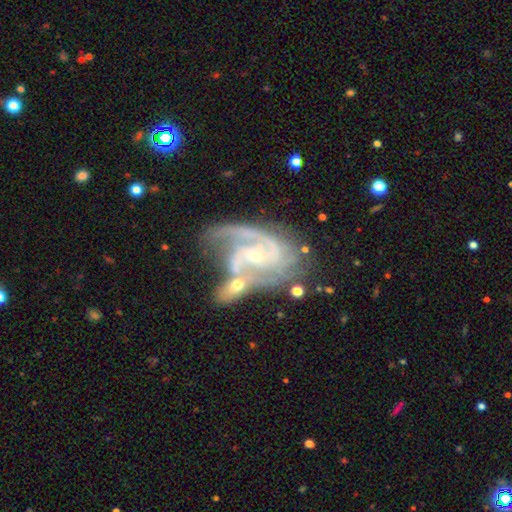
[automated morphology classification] Smooth or featured? Predicted: featured or disk (p=0.90). Edge-on disk? Predicted: no (p=0.97). Bar? Predicted: no (p=0.56). Spiral arms? Predicted: yes (p=0.98). Spiral winding? Predicted: medium (p=0.46). Spiral arm count? Predicted: 2 (p=0.42). Bulge size? Predicted: small (p=0.77). Merging? Predicted: merger (p=0.37).